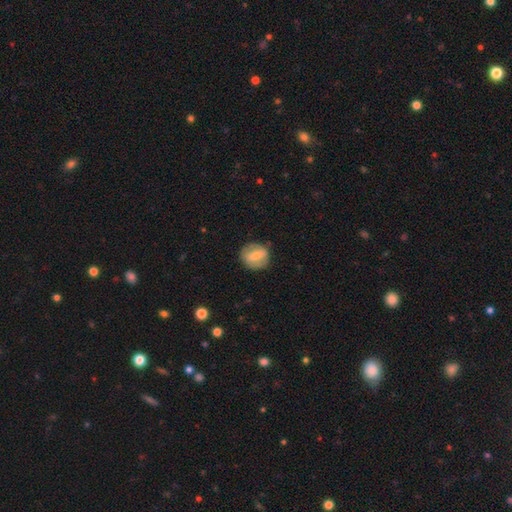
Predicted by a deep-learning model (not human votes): This is possibly a smooth galaxy (59%). How rounded: likely round (68%). Merging: likely none (79%).